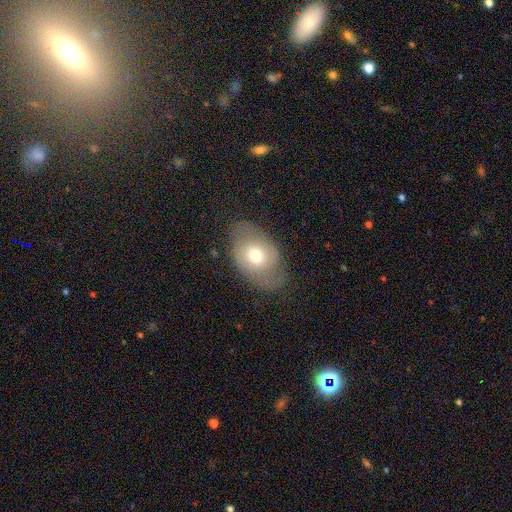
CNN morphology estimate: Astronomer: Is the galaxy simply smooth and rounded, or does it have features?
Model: smooth — 61%.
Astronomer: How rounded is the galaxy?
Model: in between — 85%.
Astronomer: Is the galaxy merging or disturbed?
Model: none — 71%.